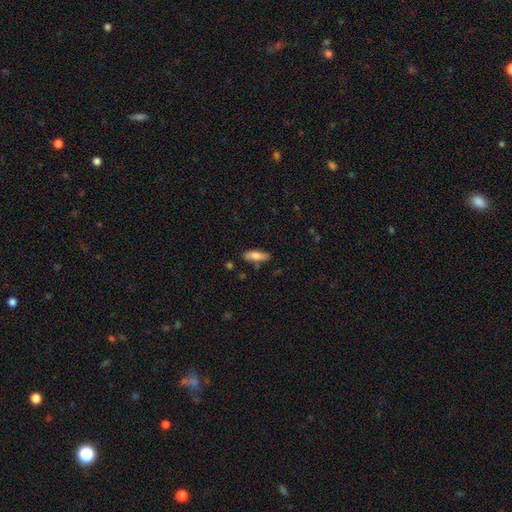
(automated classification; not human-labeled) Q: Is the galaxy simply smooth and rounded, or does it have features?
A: smooth — 73%.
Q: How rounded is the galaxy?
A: in between — 62%.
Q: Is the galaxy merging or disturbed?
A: none — 79%.